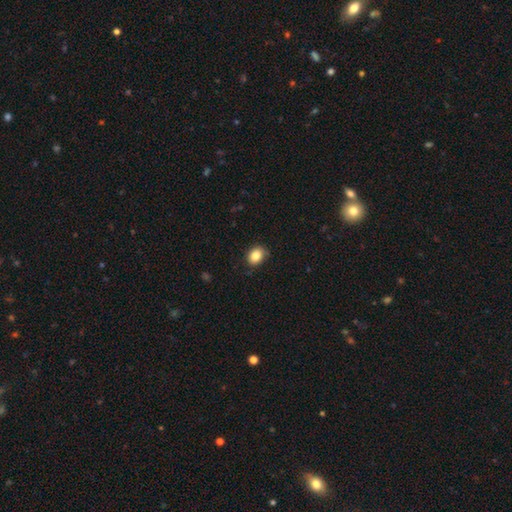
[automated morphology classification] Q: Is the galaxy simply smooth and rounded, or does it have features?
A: smooth — 85%.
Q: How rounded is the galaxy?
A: in between — 55%.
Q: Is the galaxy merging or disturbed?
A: none — 82%.